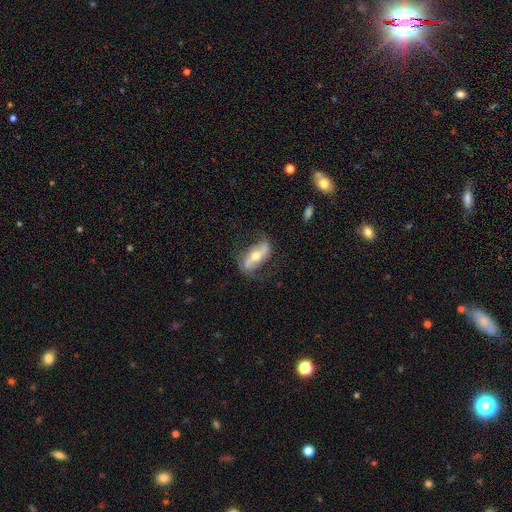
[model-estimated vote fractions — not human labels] Q: Smooth or featured?
A: featured or disk (68%); runner-up: smooth (26%)
Q: Edge-on disk?
A: no (84%); runner-up: yes (16%)
Q: Bar?
A: strong (40%); runner-up: no (33%)
Q: Spiral arms?
A: yes (80%); runner-up: no (20%)
Q: Bulge size?
A: moderate (63%); runner-up: small (30%)
Q: Merging?
A: none (71%); runner-up: minor disturbance (20%)